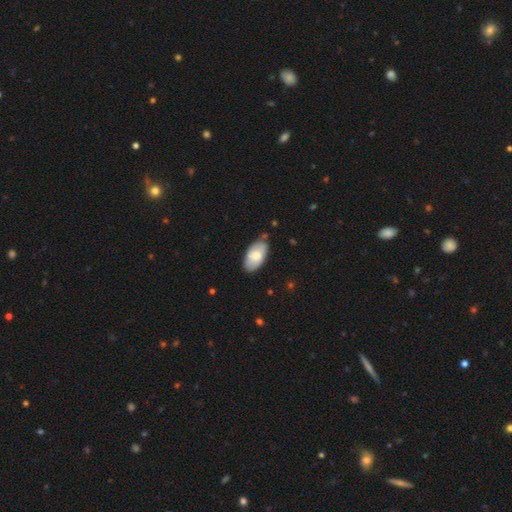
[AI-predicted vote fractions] A smooth galaxy with no disk features (73%) that is in between round and cigar-shaped (95%). Merging: none (80%).